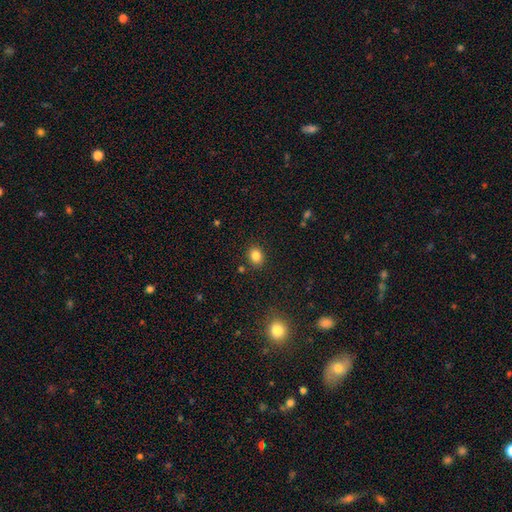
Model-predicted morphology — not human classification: The model was most divided on "how rounded": round: 55%, in between: 44%, cigar-shaped: 1%. More confident: merging — none (87%); smooth or featured — smooth (83%).